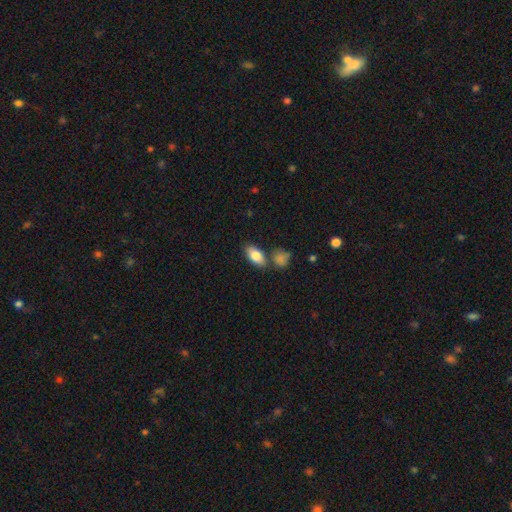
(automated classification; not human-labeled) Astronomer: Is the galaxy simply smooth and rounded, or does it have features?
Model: smooth — 81%.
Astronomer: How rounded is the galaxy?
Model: in between — 88%.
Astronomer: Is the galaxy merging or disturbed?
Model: none — 72%.